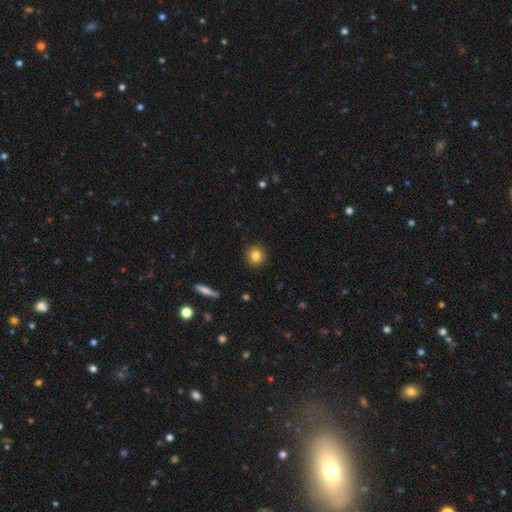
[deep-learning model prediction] Smooth or featured: smooth — 83% (star or artifact — 10%)
How rounded: round — 91% (in between — 8%)
Merging: none — 90% (minor disturbance — 7%)